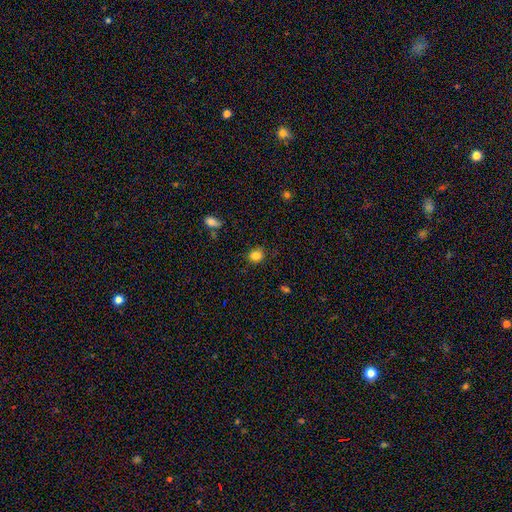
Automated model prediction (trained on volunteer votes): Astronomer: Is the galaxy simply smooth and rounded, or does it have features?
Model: smooth — 84%.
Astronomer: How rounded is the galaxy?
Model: round — 66%.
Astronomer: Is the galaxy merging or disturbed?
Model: none — 79%.